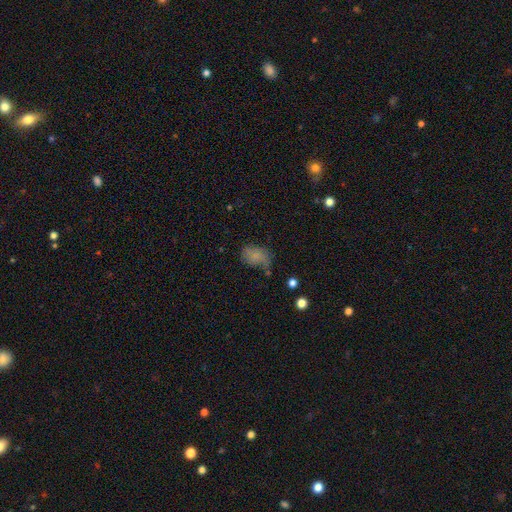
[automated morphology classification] type=smooth (69%); roundness=in between (83%); merging=none (42%).